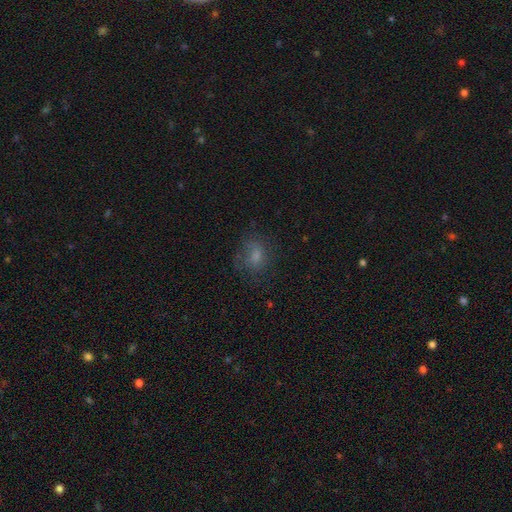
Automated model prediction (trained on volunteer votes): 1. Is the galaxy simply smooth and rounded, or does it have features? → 65% smooth, 19% featured or disk, 16% star or artifact.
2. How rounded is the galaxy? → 56% in between, 41% round, 2% cigar-shaped.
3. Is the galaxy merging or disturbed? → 60% none, 21% minor disturbance, 17% major disturbance, 2% merger.